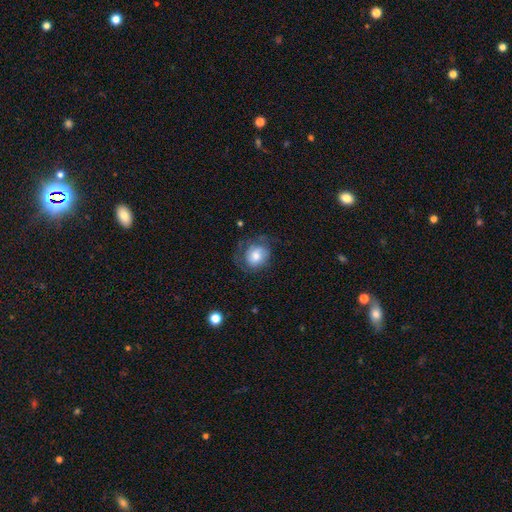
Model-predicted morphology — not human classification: smooth 59%, featured or disk 33%, star or artifact 8%. Down the decision tree: how rounded — round (71%); merging — none (54%).